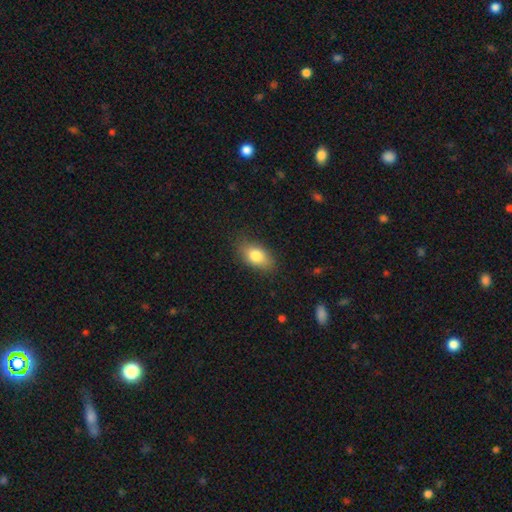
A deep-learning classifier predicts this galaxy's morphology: Smooth or featured?
  - smooth: 81% *
  - featured or disk: 12%
  - star or artifact: 8%
How rounded?
  - in between: 88% *
  - round: 9%
  - cigar-shaped: 3%
Merging?
  - none: 81% *
  - minor disturbance: 14%
  - major disturbance: 3%
  - merger: 1%